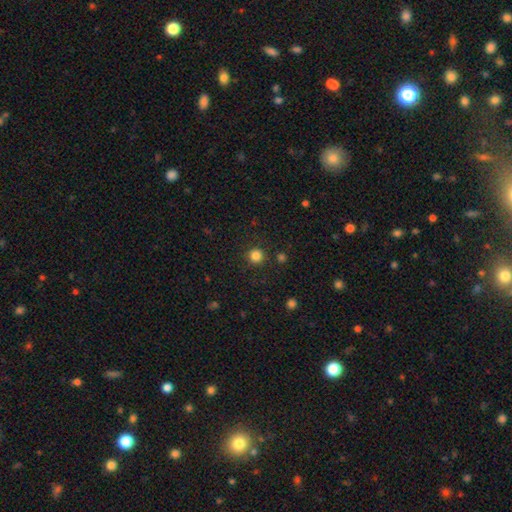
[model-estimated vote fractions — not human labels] Smooth or featured?
  - smooth: 83% *
  - star or artifact: 13%
  - featured or disk: 4%
How rounded?
  - round: 95% *
  - in between: 4%
  - cigar-shaped: 1%
Merging?
  - none: 90% *
  - minor disturbance: 6%
  - major disturbance: 2%
  - merger: 2%